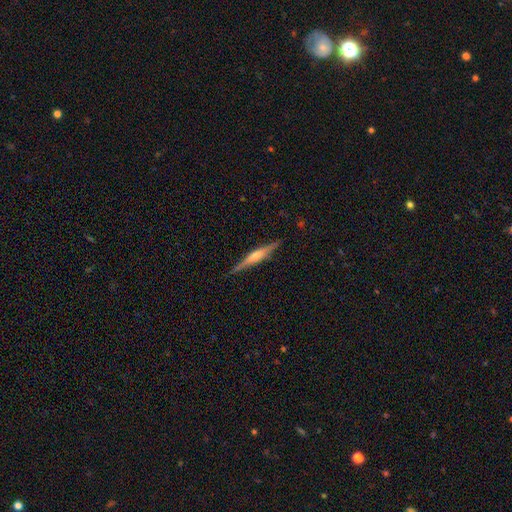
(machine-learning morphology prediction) Smooth or featured?
  - featured or disk: 75% *
  - smooth: 19%
  - star or artifact: 6%
Edge-on disk?
  - yes: 98% *
  - no: 2%
Edge-on bulge?
  - rounded: 73% *
  - boxy: 16%
  - none: 11%
Merging?
  - none: 90% *
  - minor disturbance: 8%
  - major disturbance: 1%
  - merger: 1%